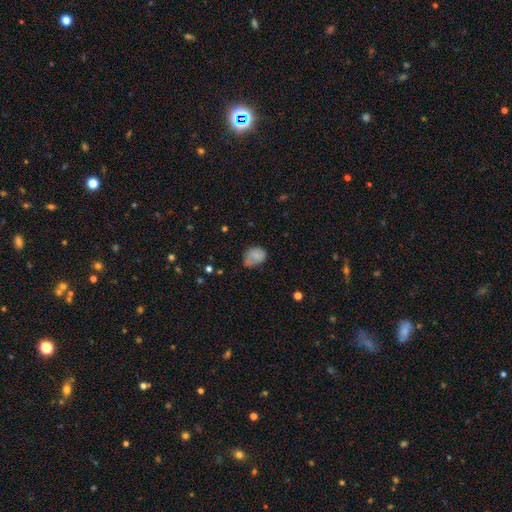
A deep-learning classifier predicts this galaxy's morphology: Smooth or featured: smooth — 79% (featured or disk — 11%)
How rounded: in between — 70% (round — 29%)
Merging: none — 43% (minor disturbance — 41%)